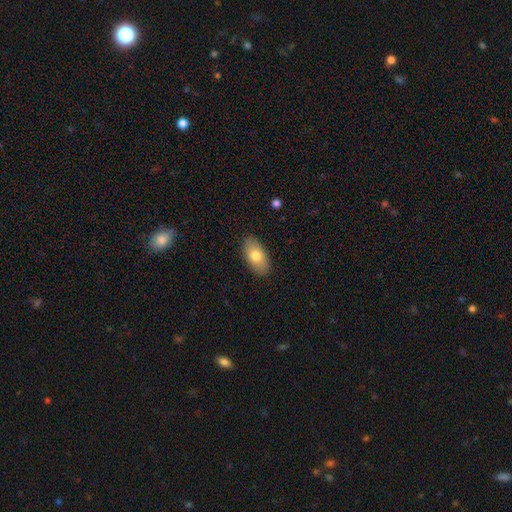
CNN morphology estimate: A smooth galaxy with no disk features (76%) that is in between round and cigar-shaped (92%). Merging: none (88%).